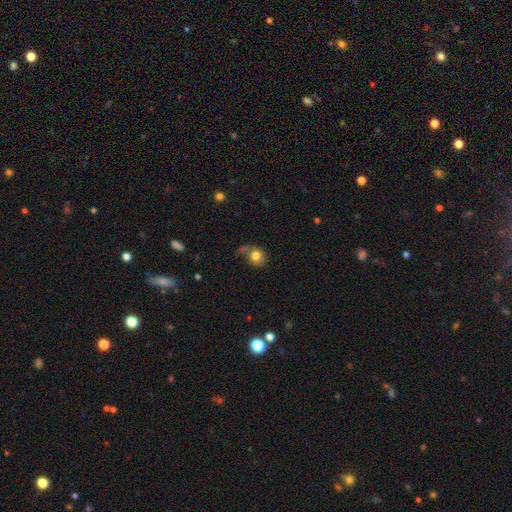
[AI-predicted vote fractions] The model was most divided on "merging": none: 44%, major disturbance: 25%, minor disturbance: 22%, merger: 9%. More confident: smooth or featured — smooth (74%); how rounded — round (70%).